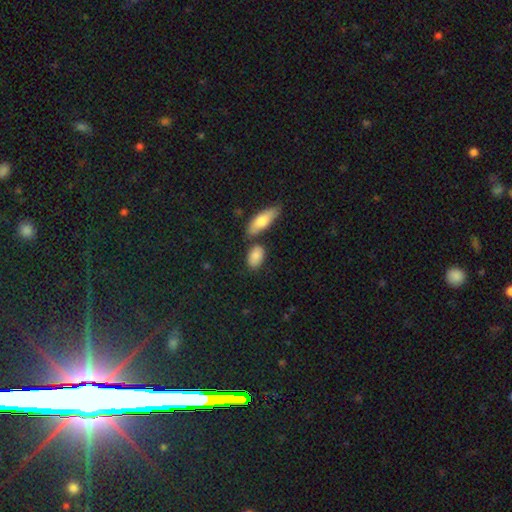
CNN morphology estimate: A smooth galaxy with no disk features (84%) that is in between round and cigar-shaped (86%). Merging: none (68%).